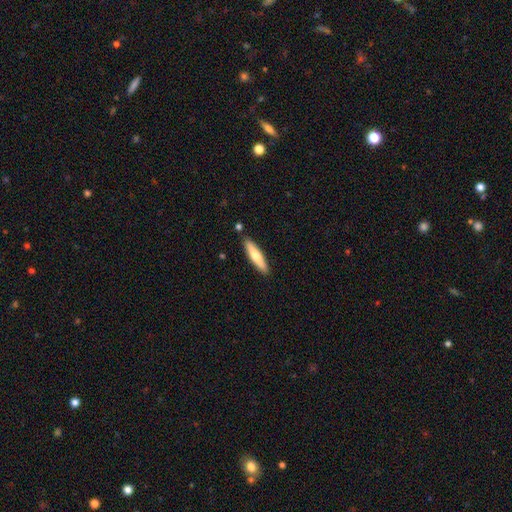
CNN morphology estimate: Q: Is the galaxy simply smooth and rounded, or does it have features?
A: smooth — 65%.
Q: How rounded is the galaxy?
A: cigar-shaped — 82%.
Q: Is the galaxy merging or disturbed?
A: none — 87%.